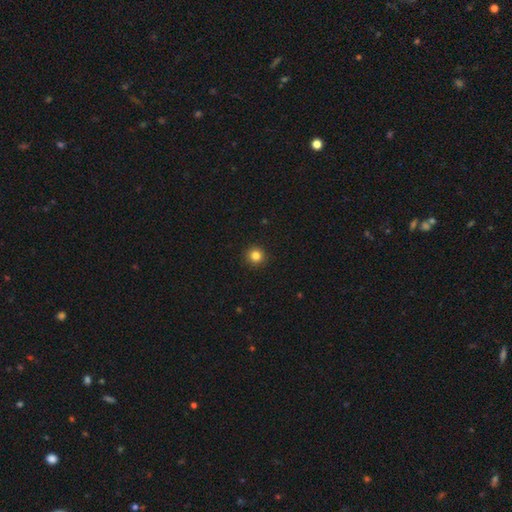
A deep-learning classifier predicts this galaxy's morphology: smooth-or-featured: smooth: 83% | star or artifact: 12% | featured or disk: 5%
  how-rounded: round: 95% | in between: 4% | cigar-shaped: 1%
  merging: none: 93% | minor disturbance: 4% | major disturbance: 2% | merger: 1%